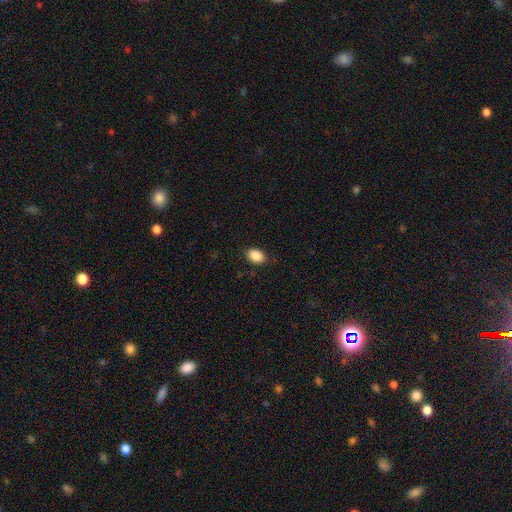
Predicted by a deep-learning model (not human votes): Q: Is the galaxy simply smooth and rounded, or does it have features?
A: smooth — 89%.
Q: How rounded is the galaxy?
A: in between — 80%.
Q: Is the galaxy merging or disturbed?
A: none — 86%.